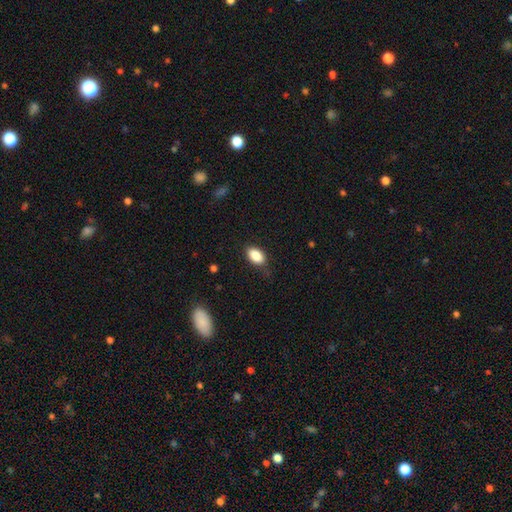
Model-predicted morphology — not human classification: Smooth or featured?
  - smooth: 87% *
  - star or artifact: 7%
  - featured or disk: 6%
How rounded?
  - in between: 91% *
  - round: 6%
  - cigar-shaped: 2%
Merging?
  - none: 80% *
  - minor disturbance: 15%
  - major disturbance: 3%
  - merger: 1%